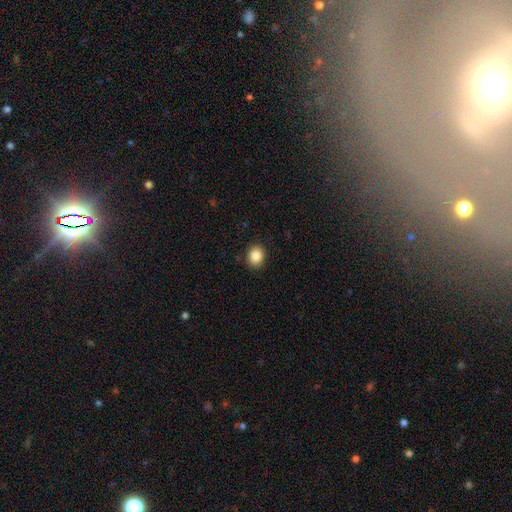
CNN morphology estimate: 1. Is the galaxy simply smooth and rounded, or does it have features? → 87% smooth, 9% star or artifact, 4% featured or disk.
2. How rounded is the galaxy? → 56% round, 43% in between, 1% cigar-shaped.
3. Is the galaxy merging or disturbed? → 89% none, 8% minor disturbance, 2% major disturbance, 1% merger.